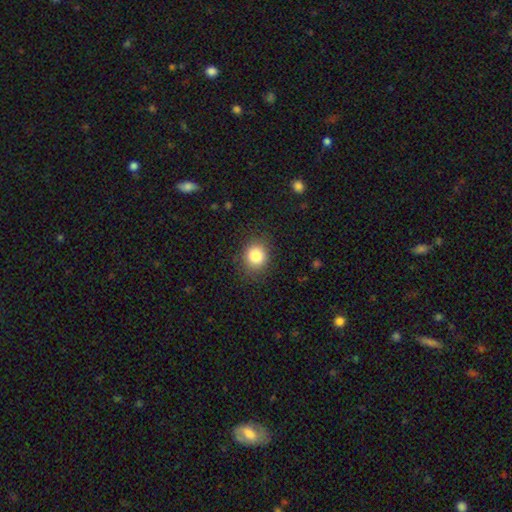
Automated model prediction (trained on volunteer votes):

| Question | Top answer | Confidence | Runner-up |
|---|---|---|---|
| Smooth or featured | smooth | 84% | star or artifact (11%) |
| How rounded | round | 77% | in between (22%) |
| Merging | none | 86% | minor disturbance (10%) |